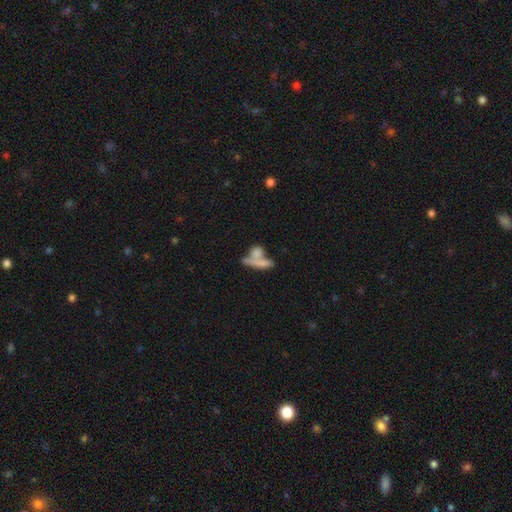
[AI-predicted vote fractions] Smooth or featured?
  - smooth: 68% *
  - featured or disk: 22%
  - star or artifact: 10%
How rounded?
  - cigar-shaped: 41% *
  - in between: 40%
  - round: 19%
Merging?
  - merger: 50% *
  - none: 34%
  - minor disturbance: 9%
  - major disturbance: 7%